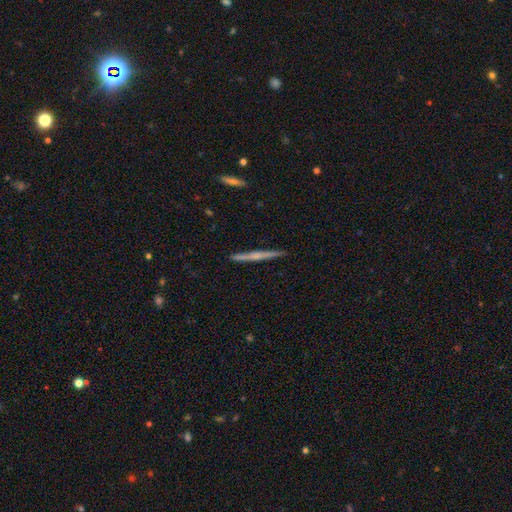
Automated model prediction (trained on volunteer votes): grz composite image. It shows a featured or disk galaxy (63%) viewed edge-on (98%) with a rounded central bulge (51%). Merging: none (91%).